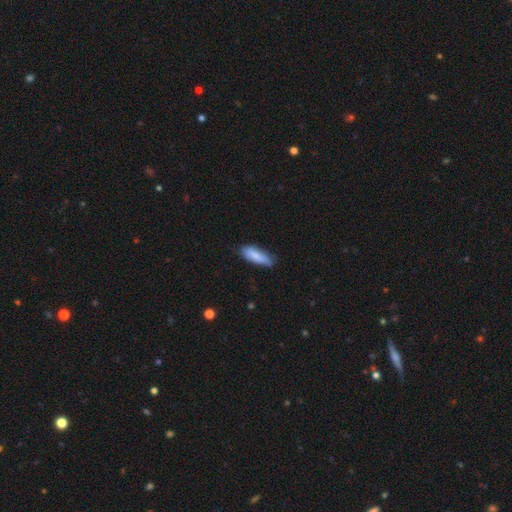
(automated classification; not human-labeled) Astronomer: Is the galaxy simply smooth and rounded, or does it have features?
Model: smooth — 80%.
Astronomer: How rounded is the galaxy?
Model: in between — 58% (runner-up: cigar-shaped, 41%).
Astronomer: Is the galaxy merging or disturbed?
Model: none — 64%.